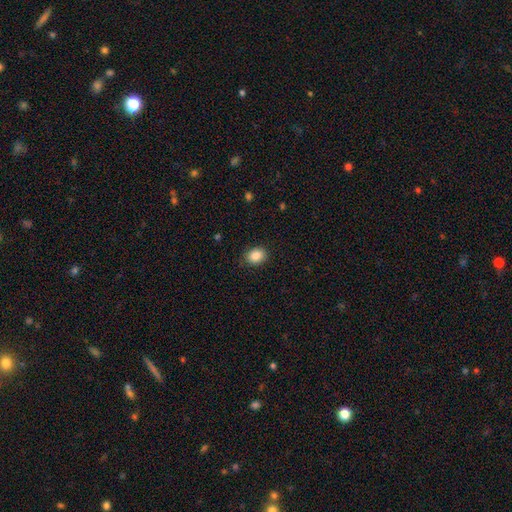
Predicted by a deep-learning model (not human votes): Smooth or featured: smooth — 86% (star or artifact — 9%)
How rounded: in between — 53% (round — 46%)
Merging: none — 87% (minor disturbance — 10%)